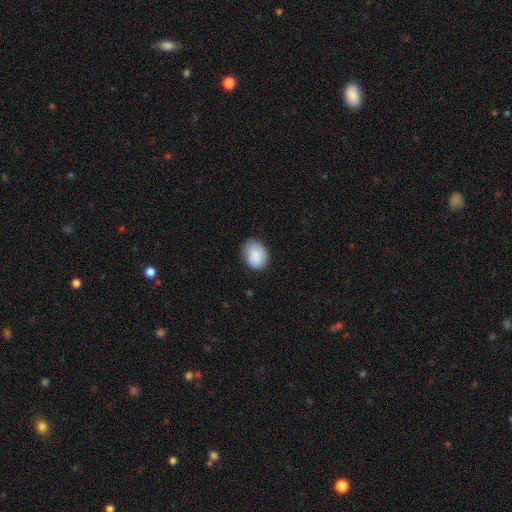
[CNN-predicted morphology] Smooth or featured: smooth — 86% (featured or disk — 7%)
How rounded: in between — 65% (round — 34%)
Merging: none — 80% (minor disturbance — 16%)